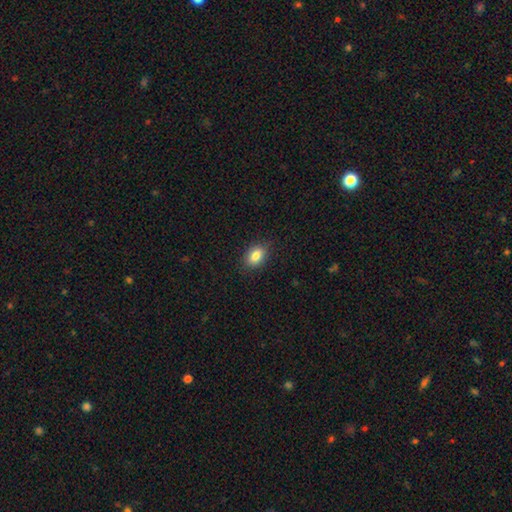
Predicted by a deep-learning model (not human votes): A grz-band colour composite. It shows a smooth galaxy with no disk features (83%) that is in between round and cigar-shaped (77%). Merging: none (85%).